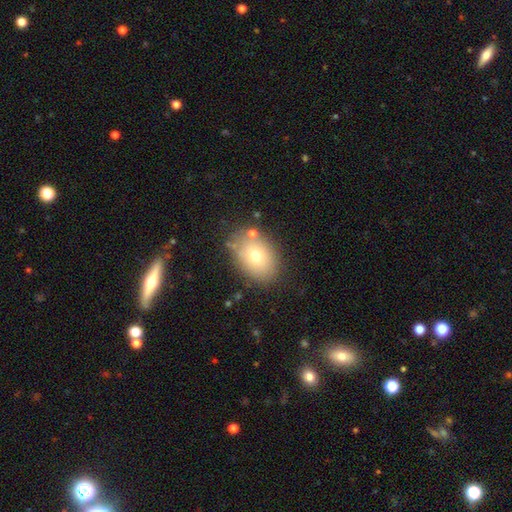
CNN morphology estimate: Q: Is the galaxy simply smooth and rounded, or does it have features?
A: smooth — 72%.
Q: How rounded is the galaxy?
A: in between — 77%.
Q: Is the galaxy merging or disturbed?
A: none — 77%.